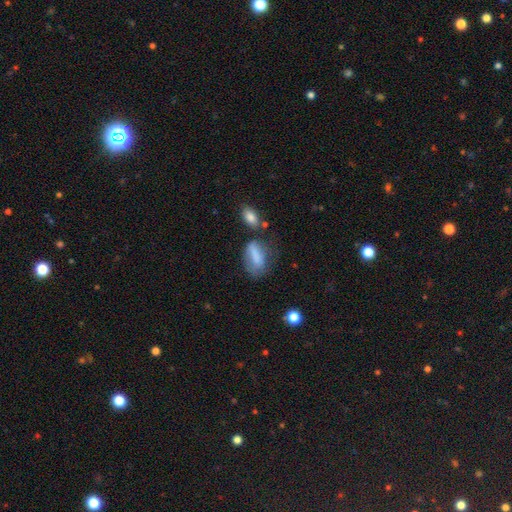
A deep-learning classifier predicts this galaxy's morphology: type=smooth (74%); roundness=in between (80%); merging=none (42%).